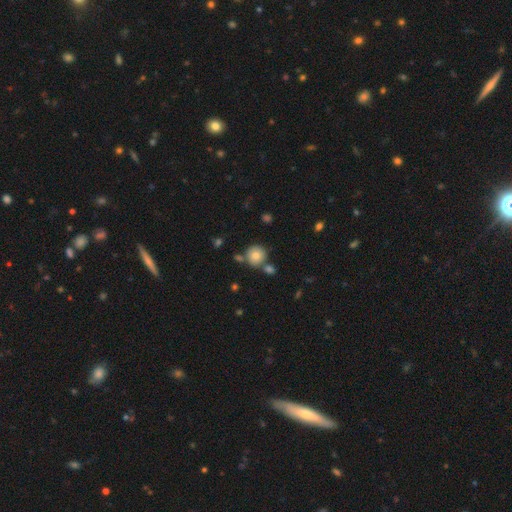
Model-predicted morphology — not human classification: The model was most divided on "merging": none: 69%, merger: 16%, minor disturbance: 11%, major disturbance: 3%. More confident: how rounded — round (91%); smooth or featured — smooth (82%).